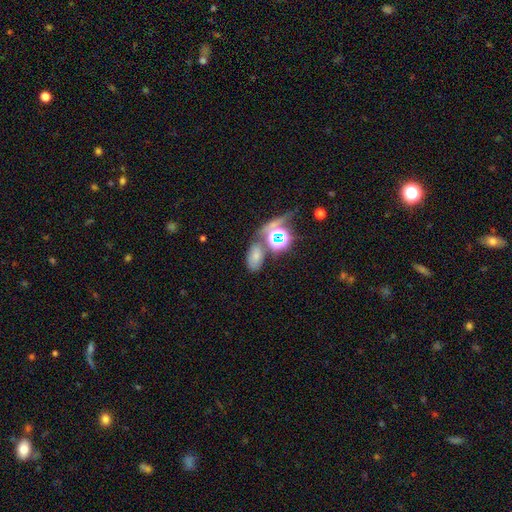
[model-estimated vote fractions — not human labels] Smooth or featured?
  - smooth: 57% *
  - star or artifact: 28%
  - featured or disk: 15%
How rounded?
  - in between: 87% *
  - round: 10%
  - cigar-shaped: 2%
Merging?
  - none: 57% *
  - merger: 17%
  - minor disturbance: 17%
  - major disturbance: 9%